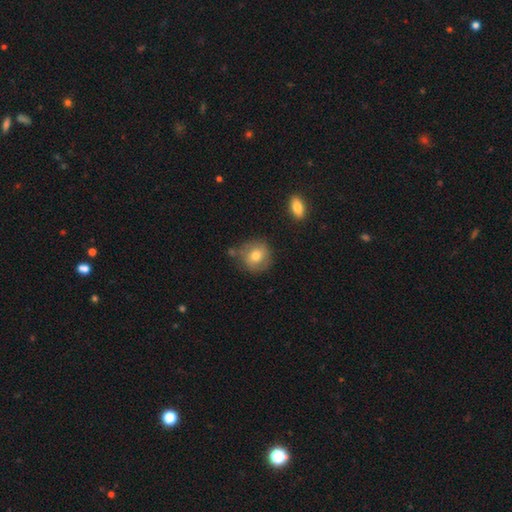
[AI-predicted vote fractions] Morphology: type=smooth (69%); roundness=round (85%); merging=none (68%).